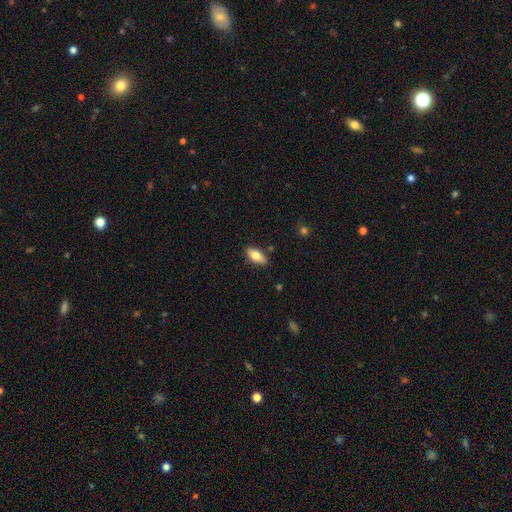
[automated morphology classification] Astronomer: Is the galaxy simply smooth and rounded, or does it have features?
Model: smooth — 74%.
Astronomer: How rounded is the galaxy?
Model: in between — 85%.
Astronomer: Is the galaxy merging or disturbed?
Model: none — 84%.